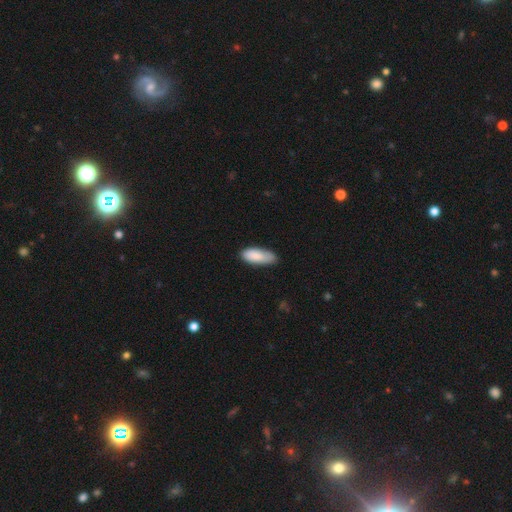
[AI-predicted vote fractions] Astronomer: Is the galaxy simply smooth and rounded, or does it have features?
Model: smooth — 86%.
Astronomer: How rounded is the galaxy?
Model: in between — 75%.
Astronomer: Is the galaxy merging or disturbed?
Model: none — 65%.